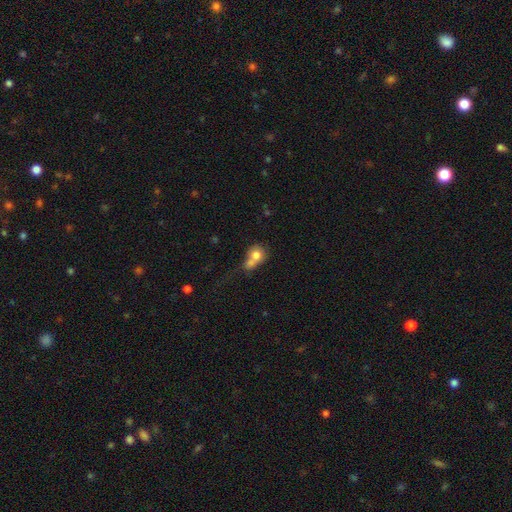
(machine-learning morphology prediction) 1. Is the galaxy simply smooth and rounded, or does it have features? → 72% smooth, 18% featured or disk, 10% star or artifact.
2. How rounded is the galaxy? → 65% round, 33% in between, 2% cigar-shaped.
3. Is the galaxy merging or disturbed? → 58% merger, 20% none, 11% minor disturbance, 11% major disturbance.